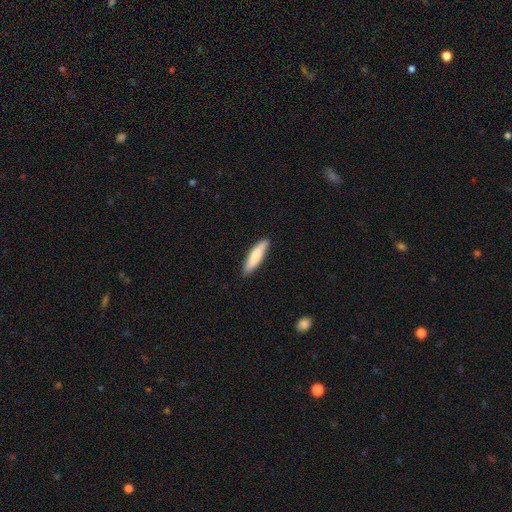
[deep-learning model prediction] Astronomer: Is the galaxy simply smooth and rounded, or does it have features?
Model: smooth — 79%.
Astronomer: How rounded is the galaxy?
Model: cigar-shaped — 76%.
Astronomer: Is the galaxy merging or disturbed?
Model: none — 88%.